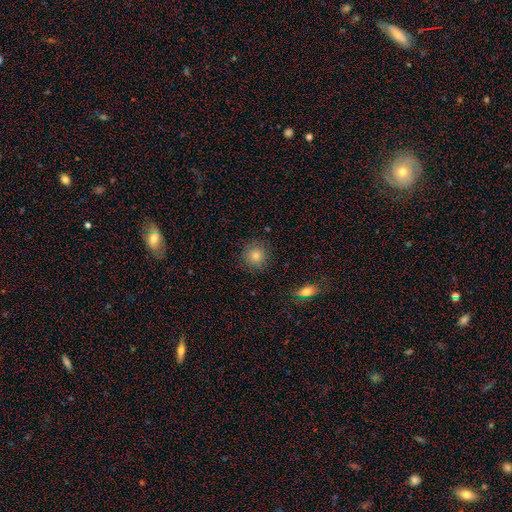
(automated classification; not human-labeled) A smooth galaxy with no disk features (82%) that is round (91%). Merging: none (86%).